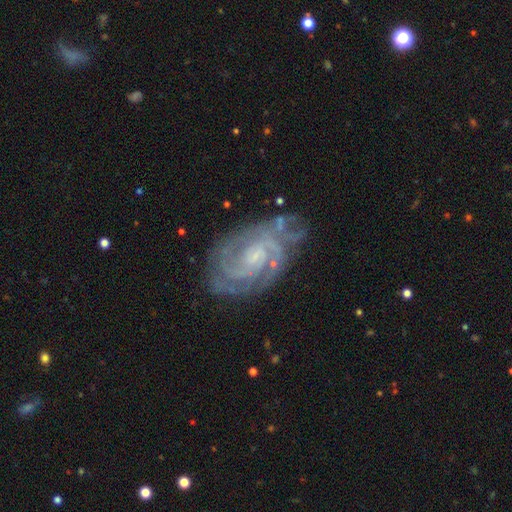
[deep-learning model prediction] This appears to be a featured or disk galaxy (88%) with no bar (52%), 2 (39%) tight (65%) spiral arms (97%) and a small central bulge (59%). Merging: none (73%).